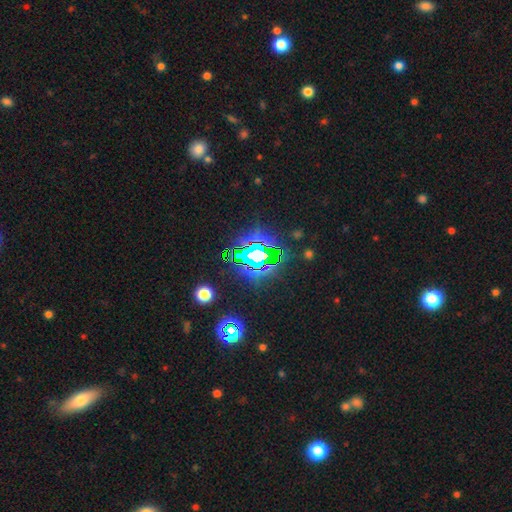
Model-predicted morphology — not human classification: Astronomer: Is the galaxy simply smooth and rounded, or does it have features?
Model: star or artifact — 82%.